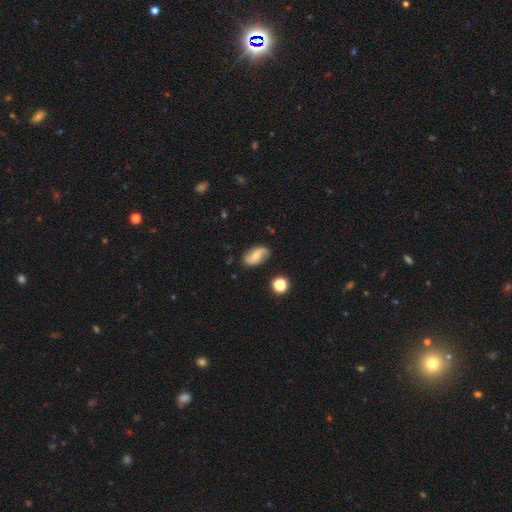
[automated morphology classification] Smooth or featured?
  - featured or disk: 58% *
  - smooth: 33%
  - star or artifact: 9%
Edge-on disk?
  - no: 96% *
  - yes: 4%
Bar?
  - no: 51% *
  - weak: 36%
  - strong: 13%
Spiral arms?
  - yes: 91% *
  - no: 9%
Spiral winding?
  - loose: 62% *
  - medium: 26%
  - tight: 12%
Spiral arm count?
  - 2: 90% *
  - can't tell: 5%
  - 1: 2%
  - 3: 1%
  - 4: 1%
  - more than 4: 1%
Bulge size?
  - small: 50% *
  - moderate: 35%
  - none: 10%
  - large: 3%
  - dominant: 2%
Merging?
  - none: 81% *
  - minor disturbance: 14%
  - major disturbance: 3%
  - merger: 2%